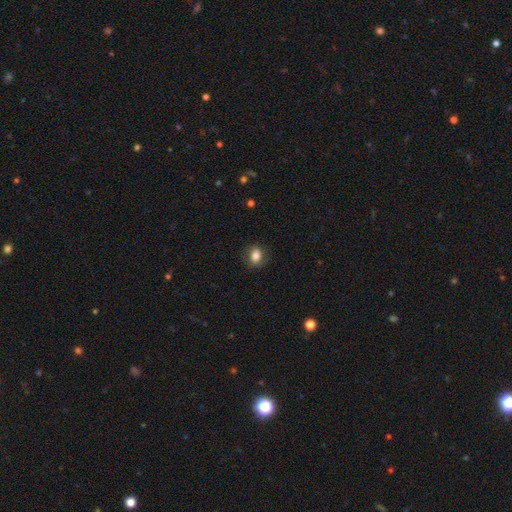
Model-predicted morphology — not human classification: Smooth or featured? smooth (78%)
How rounded? in between (54%)
Merging? none (81%)